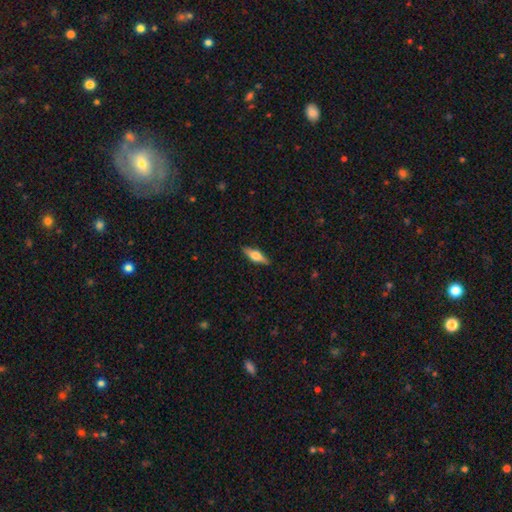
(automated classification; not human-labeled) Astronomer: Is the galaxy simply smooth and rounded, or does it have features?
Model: smooth — 48% (runner-up: featured or disk, 46%).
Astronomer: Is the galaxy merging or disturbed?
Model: none — 89%.